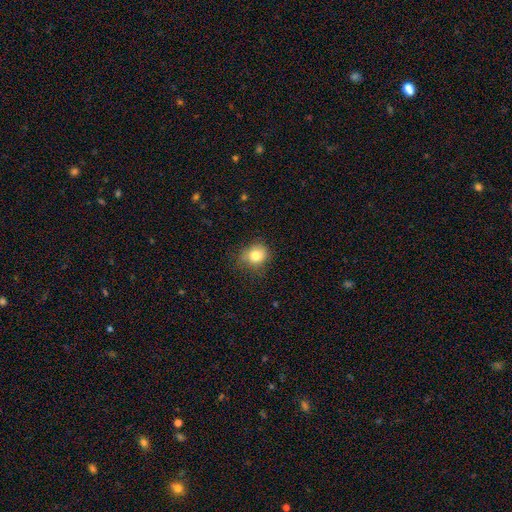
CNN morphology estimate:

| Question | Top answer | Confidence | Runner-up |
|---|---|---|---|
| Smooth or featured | smooth | 80% | star or artifact (12%) |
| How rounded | round | 71% | in between (28%) |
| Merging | none | 70% | minor disturbance (23%) |